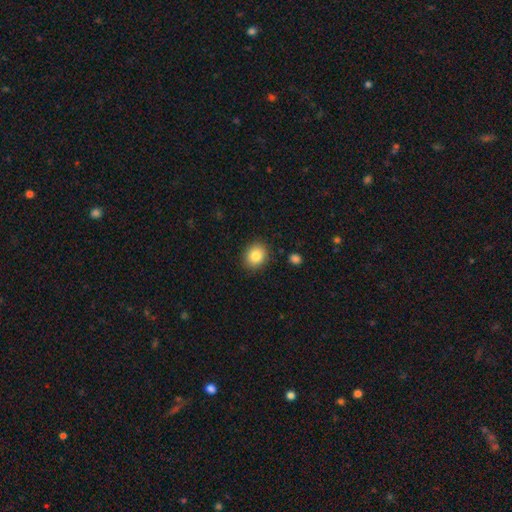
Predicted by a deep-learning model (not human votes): This appears to be a smooth galaxy with no disk features (85%) that is round (64%). Merging: none (88%).